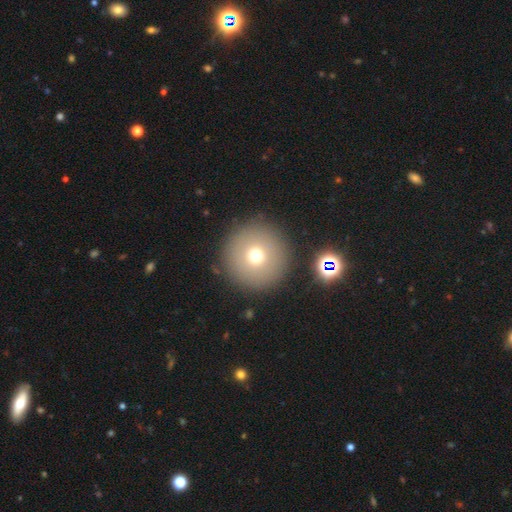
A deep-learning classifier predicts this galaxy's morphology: Q: Smooth or featured?
A: smooth (70%); runner-up: featured or disk (16%)
Q: How rounded?
A: round (96%); runner-up: in between (3%)
Q: Merging?
A: none (89%); runner-up: minor disturbance (6%)